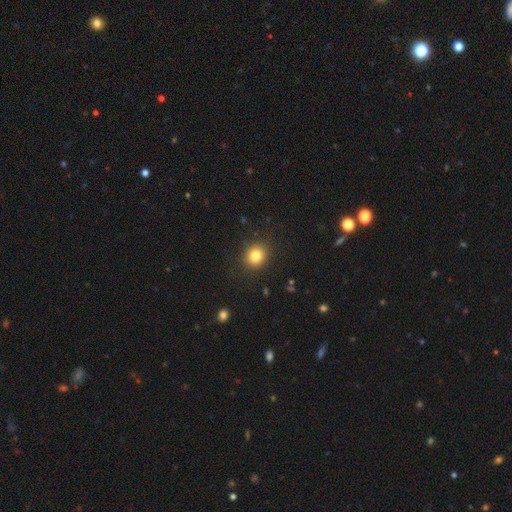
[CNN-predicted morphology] smooth_or_featured: smooth (p=0.82) [alt: star or artifact p=0.11]
how_rounded: round (p=0.79) [alt: in between p=0.20]
merging: none (p=0.90) [alt: minor disturbance p=0.07]